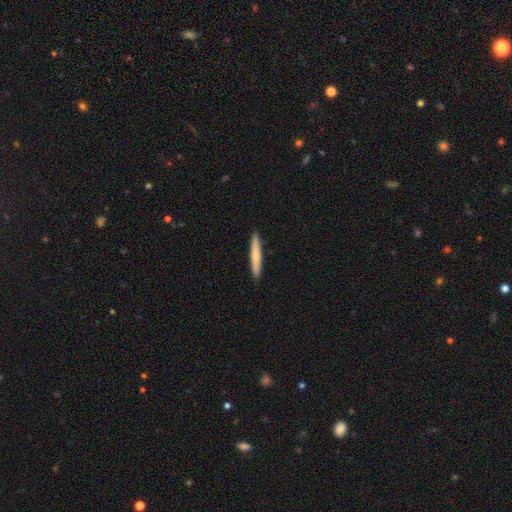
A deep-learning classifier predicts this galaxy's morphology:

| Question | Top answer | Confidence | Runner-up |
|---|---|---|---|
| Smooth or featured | smooth | 69% | featured or disk (26%) |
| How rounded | cigar-shaped | 95% | in between (4%) |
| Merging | none | 92% | minor disturbance (6%) |